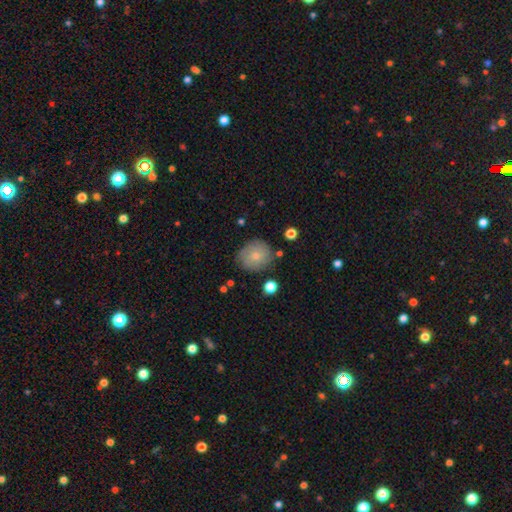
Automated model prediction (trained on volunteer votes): A smooth galaxy with no disk features (67%) that is round (80%). Merging: none (76%).